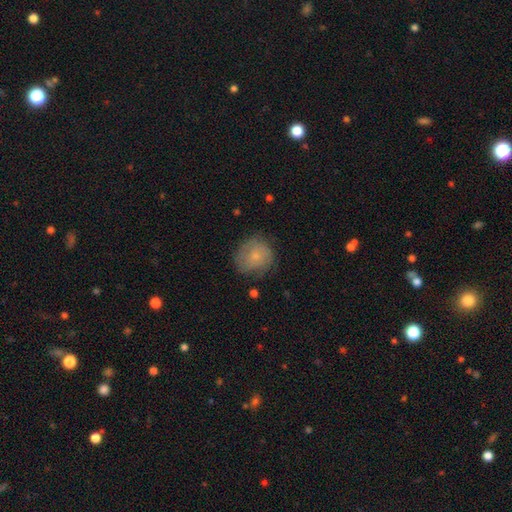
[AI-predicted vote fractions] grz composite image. It shows a smooth galaxy with no disk features (68%) that is round (85%). Merging: none (68%).